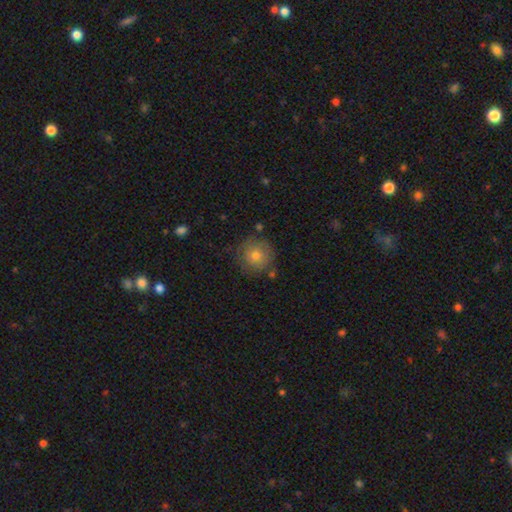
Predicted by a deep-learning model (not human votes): Smooth or featured? smooth (74%)
How rounded? round (94%)
Merging? none (80%)